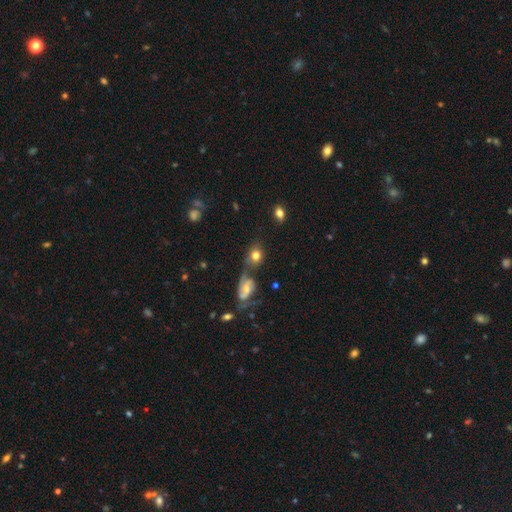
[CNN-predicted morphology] Smooth or featured? smooth (68%)
How rounded? round (53%)
Merging? none (44%)